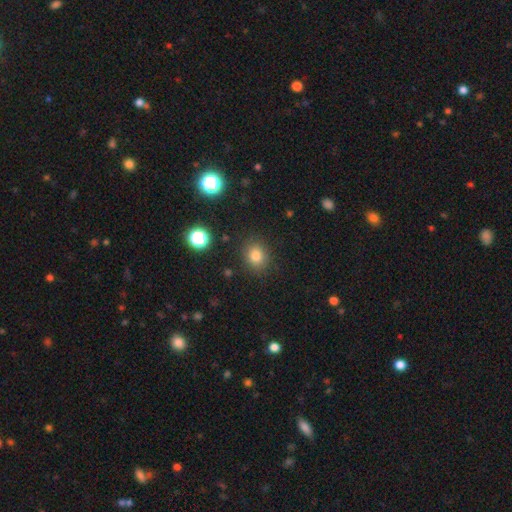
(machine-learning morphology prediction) Smooth or featured? smooth (79%)
How rounded? round (69%)
Merging? none (86%)